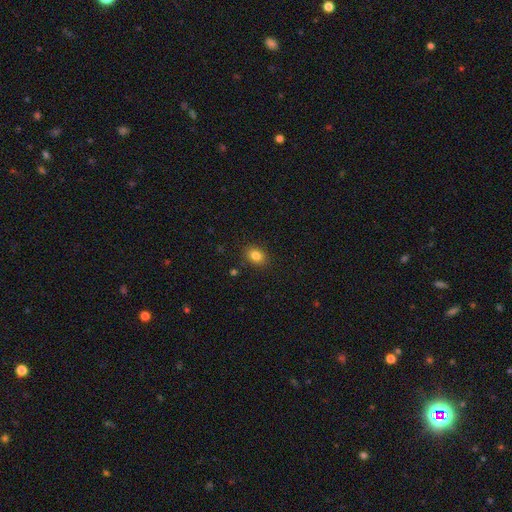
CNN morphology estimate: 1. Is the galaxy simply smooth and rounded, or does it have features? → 83% smooth, 11% star or artifact, 6% featured or disk.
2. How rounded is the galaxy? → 59% in between, 40% round, 1% cigar-shaped.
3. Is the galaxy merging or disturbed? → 87% none, 9% minor disturbance, 2% major disturbance, 2% merger.